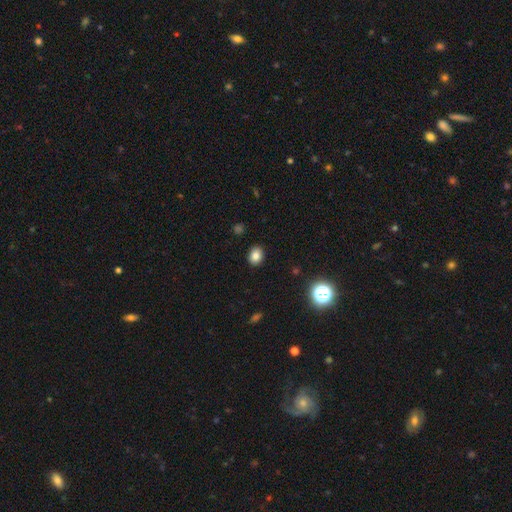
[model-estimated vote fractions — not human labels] A smooth galaxy with no disk features (83%) that is in between round and cigar-shaped (55%).

Vote fractions:
- Smooth or featured? smooth: 83% / star or artifact: 12% / featured or disk: 6%
- How rounded? in between: 55% / round: 44% / cigar-shaped: 1%
- Merging? none: 89% / minor disturbance: 7% / major disturbance: 2% / merger: 1%